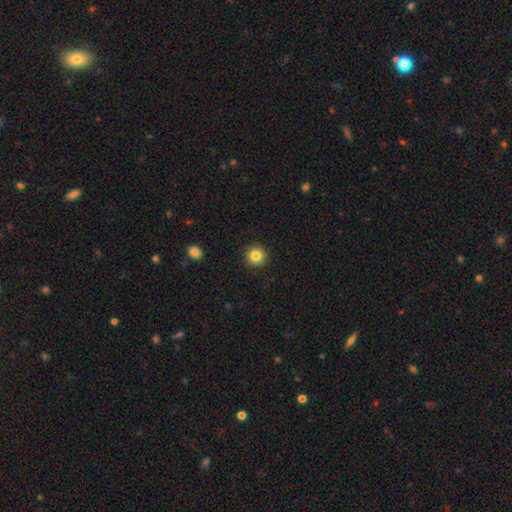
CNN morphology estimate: This appears to be a smooth galaxy with no disk features (84%) that is round (94%). Merging: none (92%).